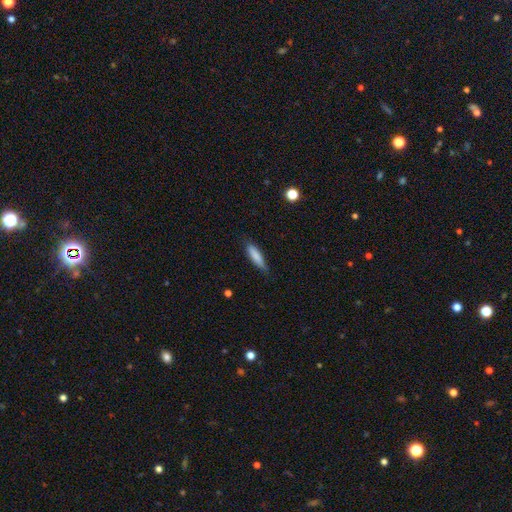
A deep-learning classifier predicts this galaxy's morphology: type=smooth (82%); roundness=cigar-shaped (68%); merging=none (73%).